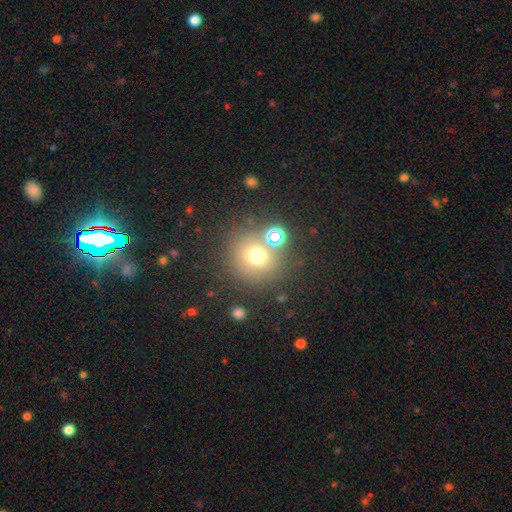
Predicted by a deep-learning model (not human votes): Q: Smooth or featured?
A: smooth (68%); runner-up: star or artifact (22%)
Q: How rounded?
A: round (86%); runner-up: in between (13%)
Q: Merging?
A: none (74%); runner-up: merger (11%)